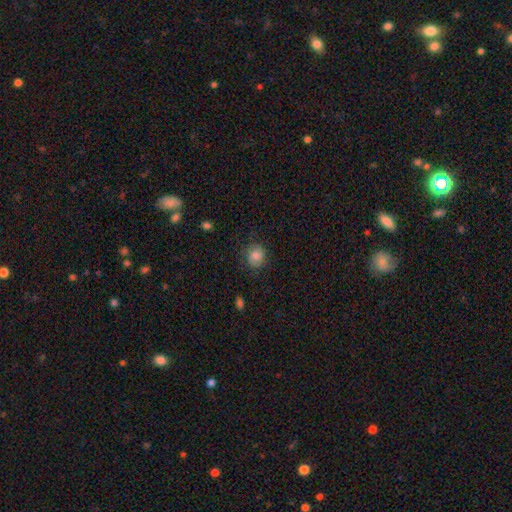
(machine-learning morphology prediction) A smooth galaxy with no disk features (77%) that is round (81%). Merging: none (77%).